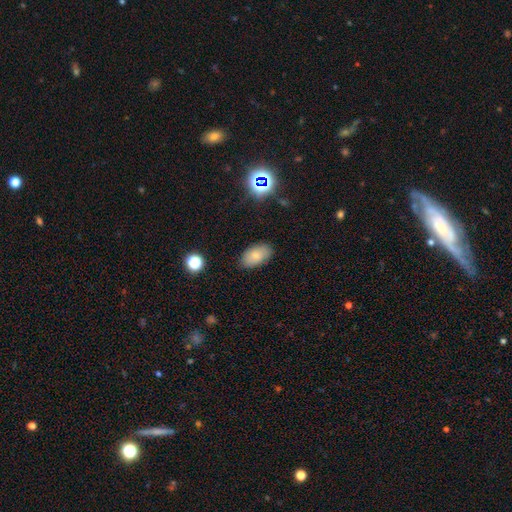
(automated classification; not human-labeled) Smooth or featured? Predicted: smooth (p=0.78). How rounded? Predicted: in between (p=0.92). Merging? Predicted: none (p=0.84).